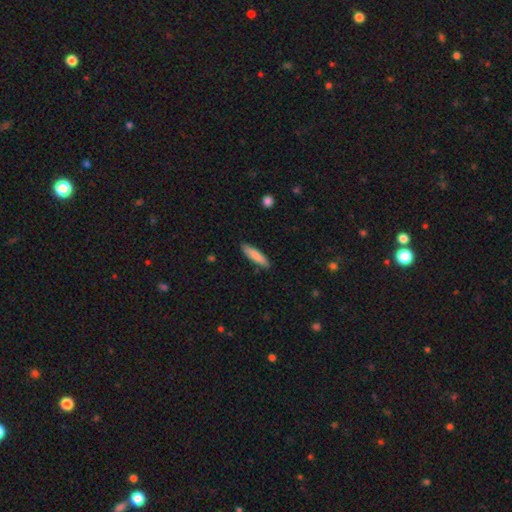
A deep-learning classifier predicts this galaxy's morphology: smooth_or_featured: smooth (p=0.81) [alt: featured or disk p=0.13]
how_rounded: cigar-shaped (p=0.76) [alt: in between p=0.22]
merging: none (p=0.87) [alt: minor disturbance p=0.10]